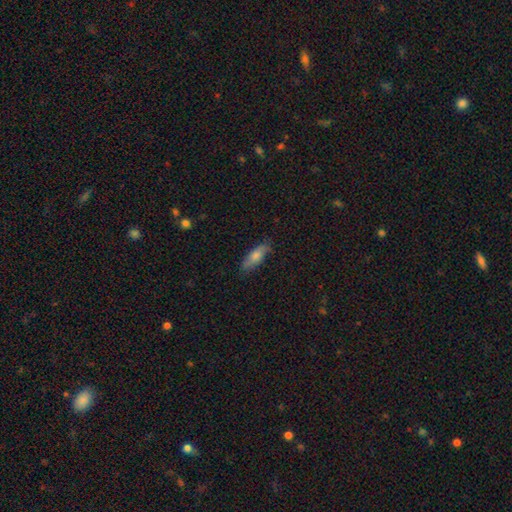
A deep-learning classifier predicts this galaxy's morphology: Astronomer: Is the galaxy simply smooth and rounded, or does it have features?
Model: smooth — 73%.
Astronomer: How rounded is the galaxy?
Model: in between — 58% (runner-up: cigar-shaped, 40%).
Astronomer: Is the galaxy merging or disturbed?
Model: none — 76%.